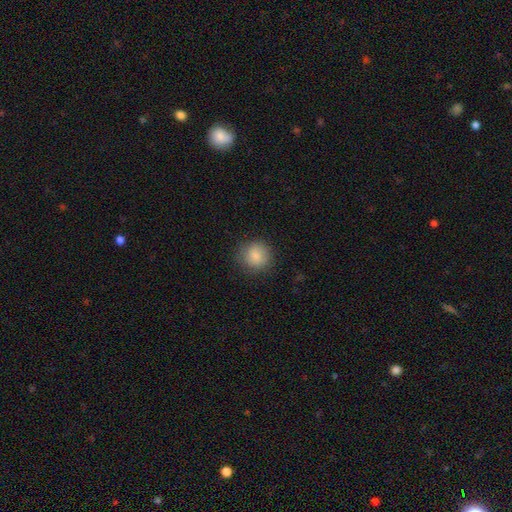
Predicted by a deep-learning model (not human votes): The model was most divided on "merging": none: 83%, minor disturbance: 12%, major disturbance: 4%, merger: 1%. More confident: how rounded — round (90%); smooth or featured — smooth (86%).